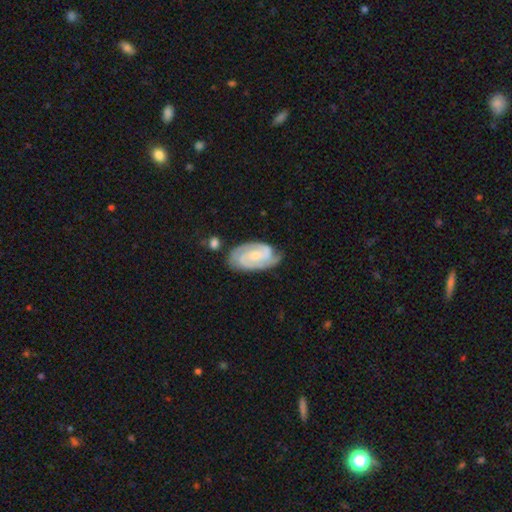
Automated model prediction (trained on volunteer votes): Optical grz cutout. It shows a featured or disk galaxy (87%) with no bar (45%), 2 (76%) tight (63%) spiral arms (98%) and a small central bulge (57%). Merging: none (74%).